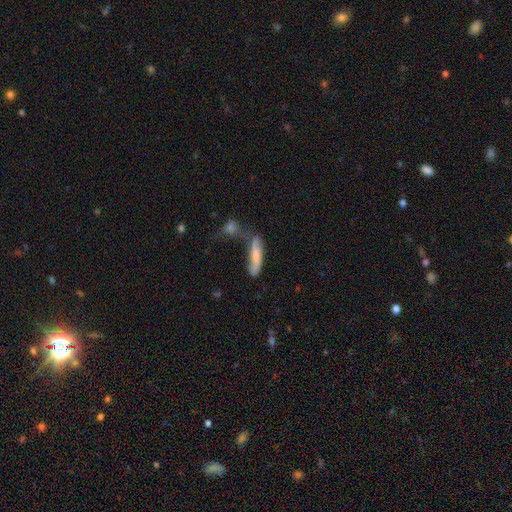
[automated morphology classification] Q: Smooth or featured?
A: smooth (63%); runner-up: featured or disk (30%)
Q: How rounded?
A: cigar-shaped (72%); runner-up: in between (25%)
Q: Merging?
A: none (42%); runner-up: merger (25%)